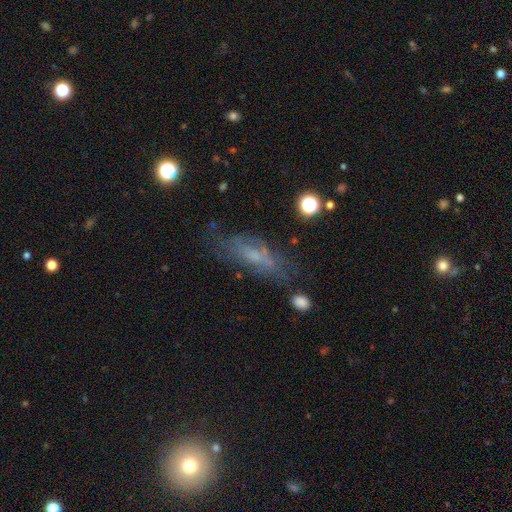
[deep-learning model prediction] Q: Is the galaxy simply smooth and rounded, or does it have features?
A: featured or disk — 50%.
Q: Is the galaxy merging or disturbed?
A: none — 61%.